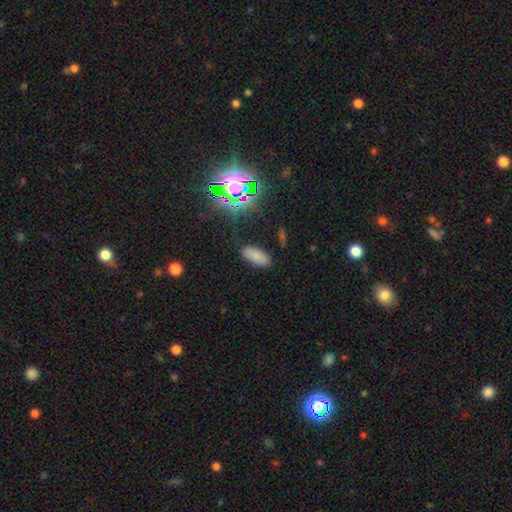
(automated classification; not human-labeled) Smooth or featured: smooth — 76% (star or artifact — 17%)
How rounded: in between — 90% (cigar-shaped — 7%)
Merging: none — 85% (minor disturbance — 10%)